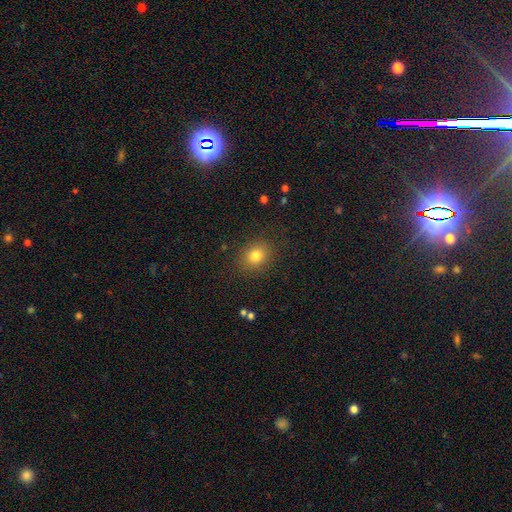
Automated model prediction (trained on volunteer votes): A smooth galaxy with no disk features (80%) that is round (52%).

Vote fractions:
- Smooth or featured? smooth: 80% / star or artifact: 12% / featured or disk: 8%
- How rounded? round: 52% / in between: 47% / cigar-shaped: 1%
- Merging? none: 86% / minor disturbance: 9% / major disturbance: 3% / merger: 1%